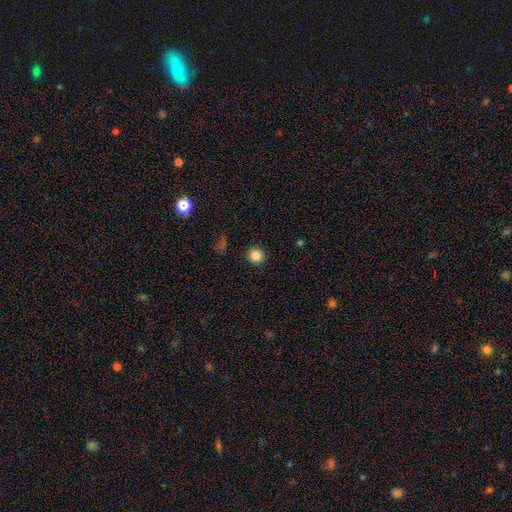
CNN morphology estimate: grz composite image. It shows a smooth galaxy with no disk features (84%) that is round (95%). Merging: none (92%).